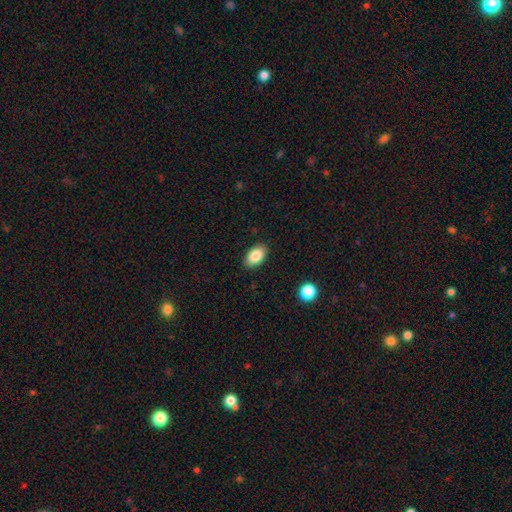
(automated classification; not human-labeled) Q: Smooth or featured?
A: smooth (86%); runner-up: star or artifact (7%)
Q: How rounded?
A: in between (93%); runner-up: round (6%)
Q: Merging?
A: none (88%); runner-up: minor disturbance (9%)